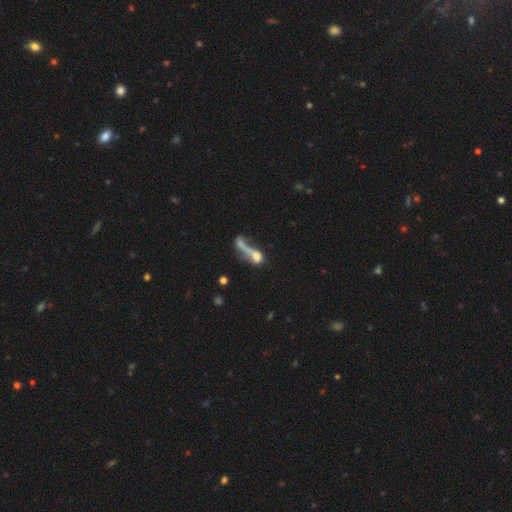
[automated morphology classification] Smooth or featured? Predicted: smooth (p=0.53). How rounded? Predicted: in between (p=0.40). Merging? Predicted: merger (p=0.34).